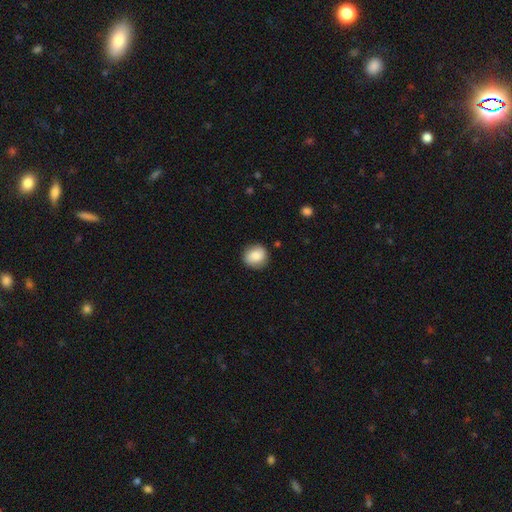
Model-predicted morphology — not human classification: Smooth or featured: smooth — 84% (featured or disk — 8%)
How rounded: round — 81% (in between — 18%)
Merging: none — 85% (minor disturbance — 11%)